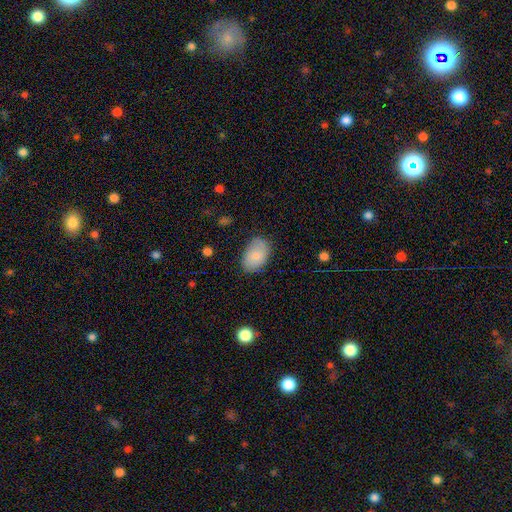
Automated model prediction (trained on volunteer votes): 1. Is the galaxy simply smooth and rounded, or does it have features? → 82% smooth, 11% featured or disk, 7% star or artifact.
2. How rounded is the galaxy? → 91% in between, 7% round, 1% cigar-shaped.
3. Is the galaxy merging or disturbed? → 79% none, 16% minor disturbance, 3% major disturbance, 1% merger.